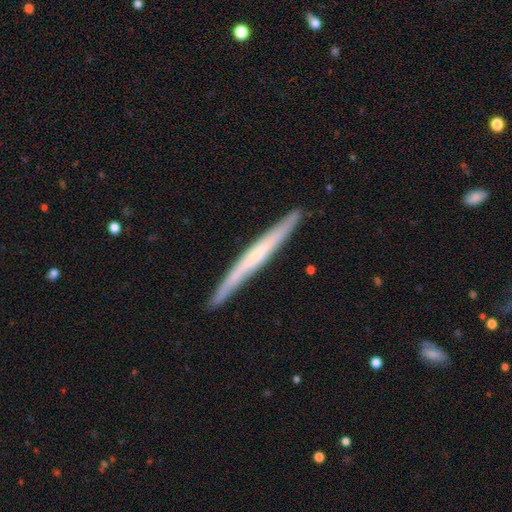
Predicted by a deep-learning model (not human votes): This appears to be a featured or disk galaxy (57%) viewed edge-on (96%) with no central bulge (73%). Merging: none (89%).